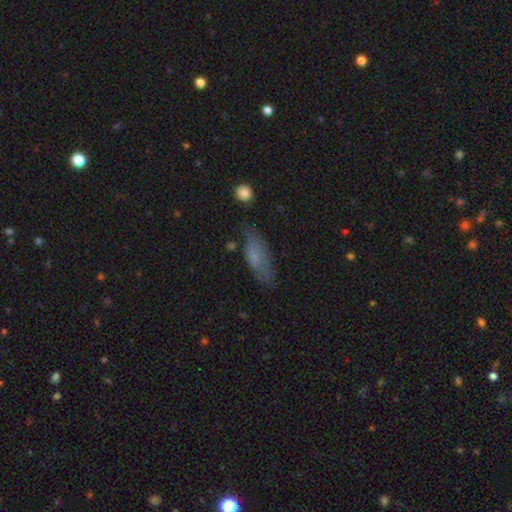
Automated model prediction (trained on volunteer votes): smooth-or-featured: smooth: 67% | featured or disk: 24% | star or artifact: 10%
  how-rounded: in between: 62% | cigar-shaped: 35% | round: 3%
  merging: none: 65% | minor disturbance: 24% | major disturbance: 8% | merger: 3%